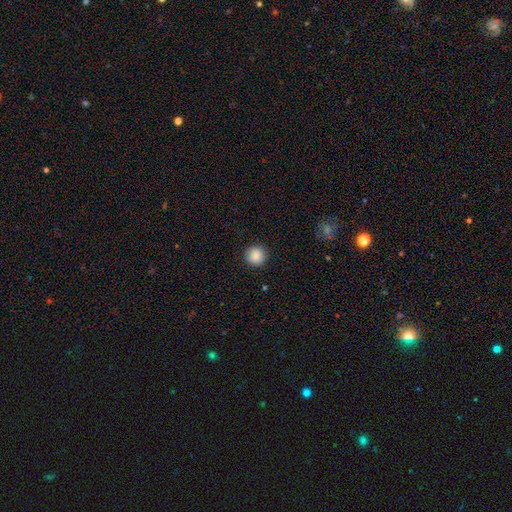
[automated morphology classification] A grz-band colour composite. It shows a smooth galaxy with no disk features (88%) that is round (94%). Merging: none (91%).